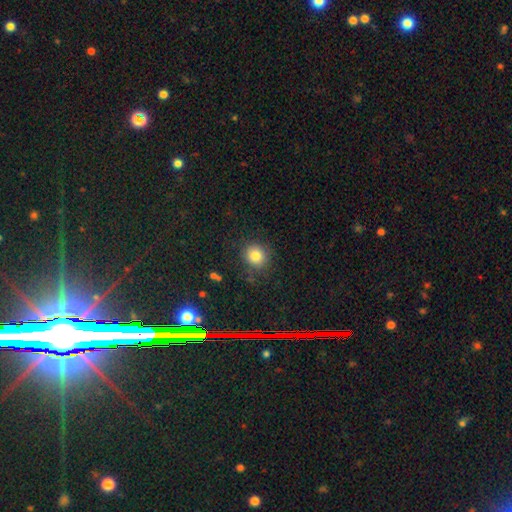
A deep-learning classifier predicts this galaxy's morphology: Smooth or featured? smooth (81%)
How rounded? round (87%)
Merging? none (83%)